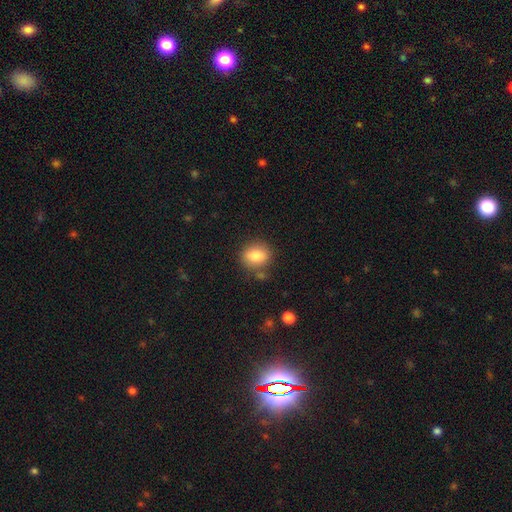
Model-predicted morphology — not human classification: smooth 83%, featured or disk 9%, star or artifact 9%. Down the decision tree: how rounded — round (57%); merging — none (78%).